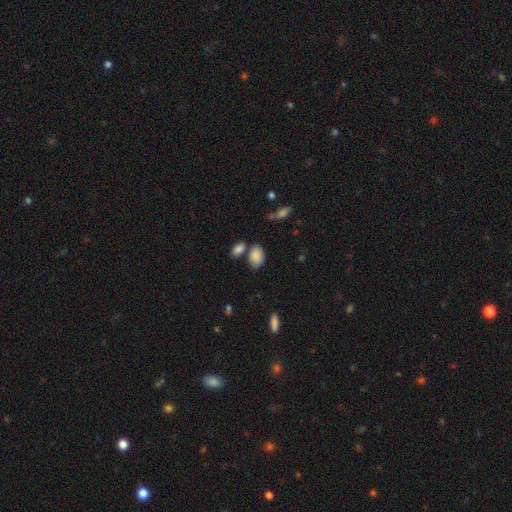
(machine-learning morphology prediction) Overall: smooth (87%). How rounded: in between (88%). Merging: none (62%).